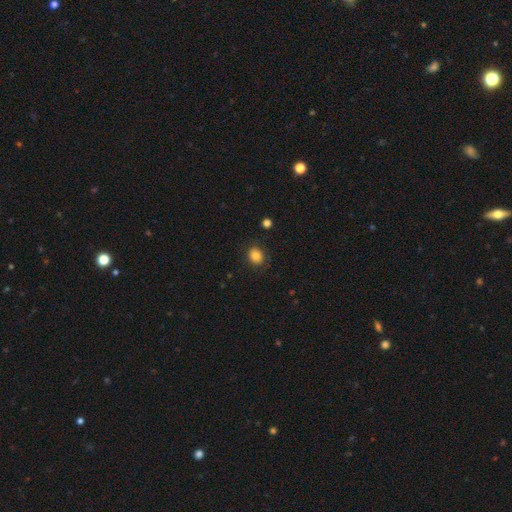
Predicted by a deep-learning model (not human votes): This appears to be a smooth galaxy with no disk features (81%) that is round (60%). Merging: none (81%).